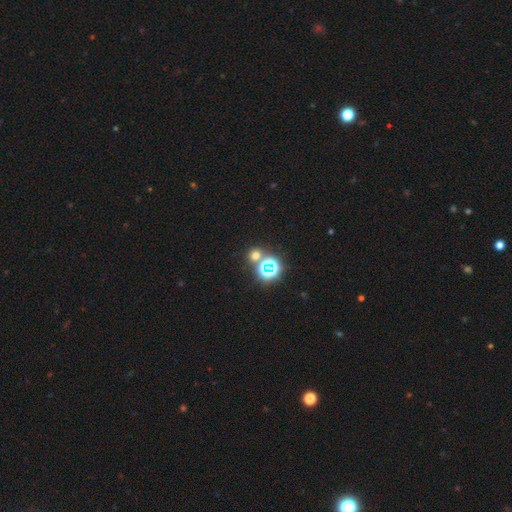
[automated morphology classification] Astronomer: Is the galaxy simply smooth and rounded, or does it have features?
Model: smooth — 55% (runner-up: star or artifact, 38%).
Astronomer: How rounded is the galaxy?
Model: round — 86%.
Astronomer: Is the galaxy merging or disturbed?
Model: none — 71%.